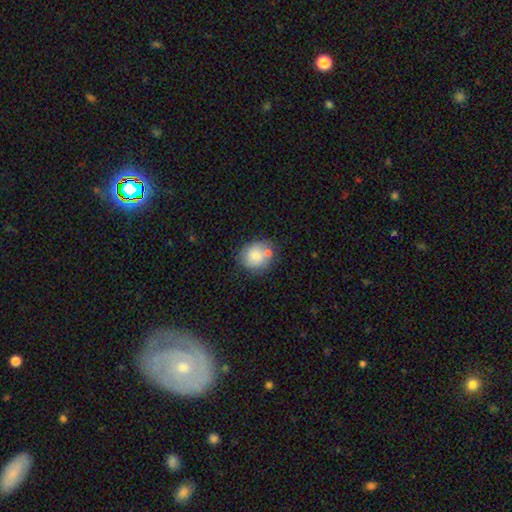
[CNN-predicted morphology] The model was most divided on "how rounded": round: 68%, in between: 31%, cigar-shaped: 1%. More confident: smooth or featured — smooth (76%); merging — none (56%).